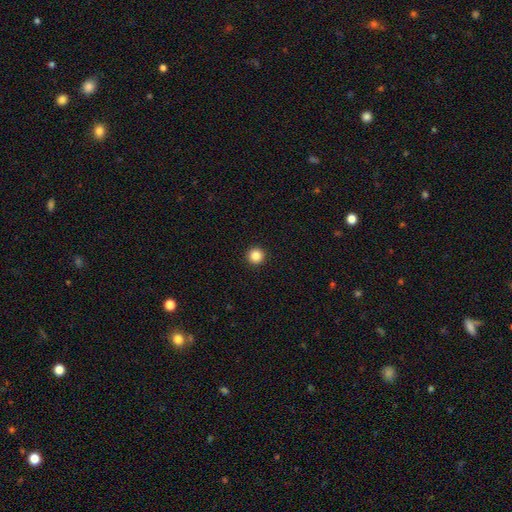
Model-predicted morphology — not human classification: Smooth or featured: smooth — 86% (star or artifact — 11%)
How rounded: round — 96% (in between — 3%)
Merging: none — 94% (minor disturbance — 4%)